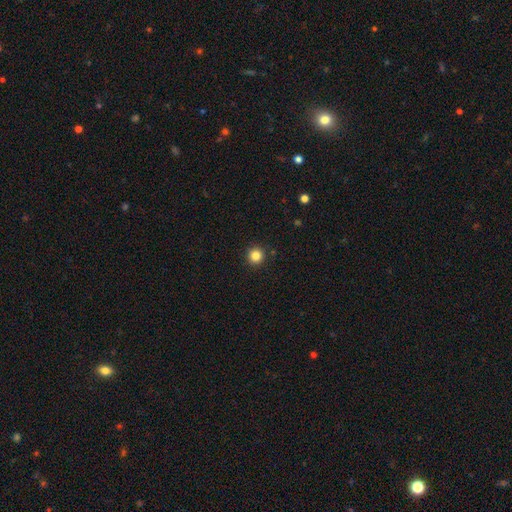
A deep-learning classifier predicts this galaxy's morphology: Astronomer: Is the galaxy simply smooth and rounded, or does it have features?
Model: smooth — 84%.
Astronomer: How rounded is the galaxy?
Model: round — 95%.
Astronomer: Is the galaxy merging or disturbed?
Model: none — 92%.